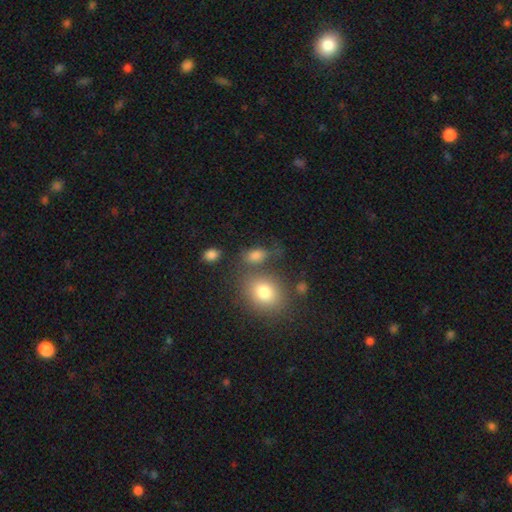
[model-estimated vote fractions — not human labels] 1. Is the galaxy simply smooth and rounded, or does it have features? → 79% smooth, 12% star or artifact, 9% featured or disk.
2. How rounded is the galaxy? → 77% in between, 20% round, 3% cigar-shaped.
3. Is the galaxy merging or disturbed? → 56% none, 18% minor disturbance, 17% merger, 10% major disturbance.